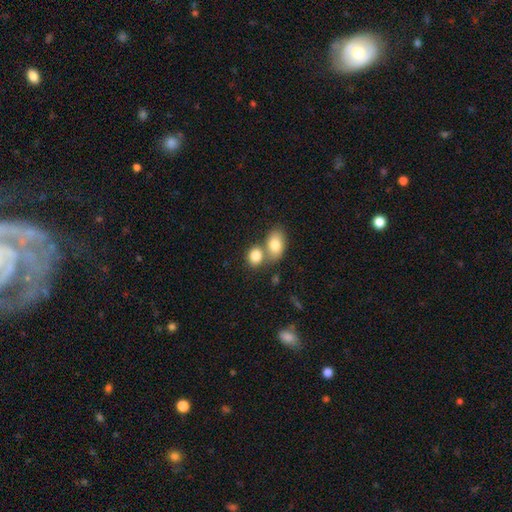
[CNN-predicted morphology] This appears to be a smooth galaxy with no disk features (82%) that is in between round and cigar-shaped (56%). Merging: merger (51%).